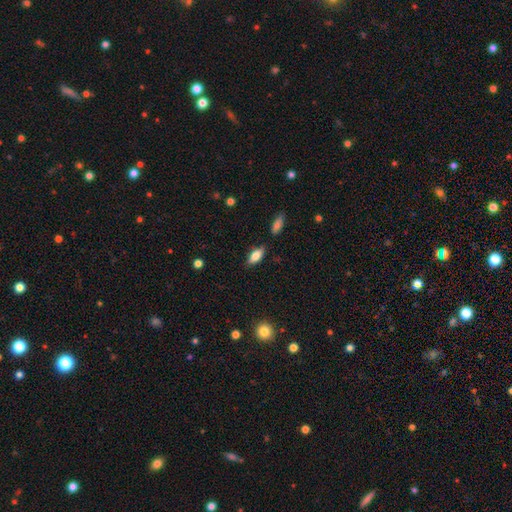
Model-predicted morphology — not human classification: smooth_or_featured: smooth (p=0.79) [alt: featured or disk p=0.14]
how_rounded: in between (p=0.84) [alt: cigar-shaped p=0.14]
merging: none (p=0.83) [alt: minor disturbance p=0.12]